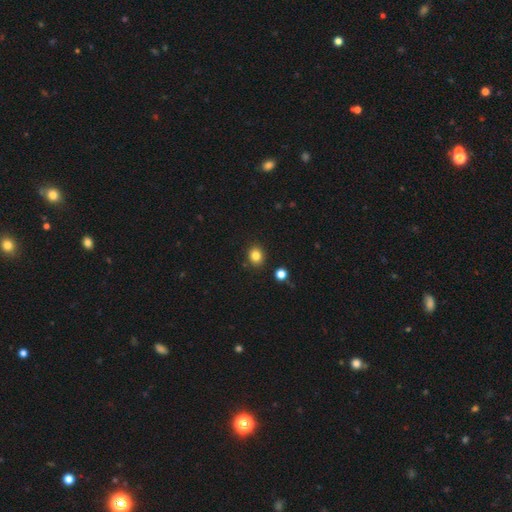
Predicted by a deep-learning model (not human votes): Smooth or featured? smooth (83%)
How rounded? round (66%)
Merging? none (87%)